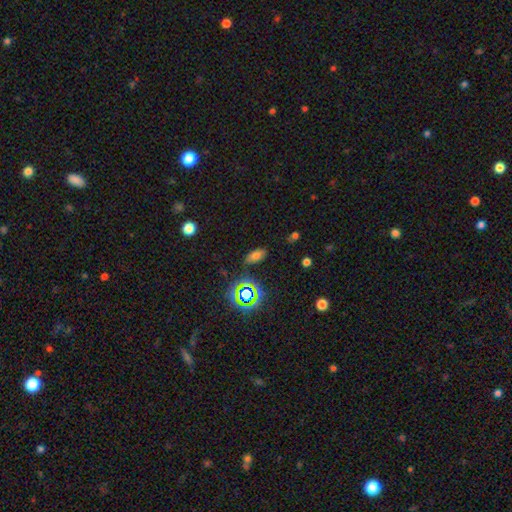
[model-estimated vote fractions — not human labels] Morphology: type=smooth (66%); roundness=in between (86%); merging=none (81%).